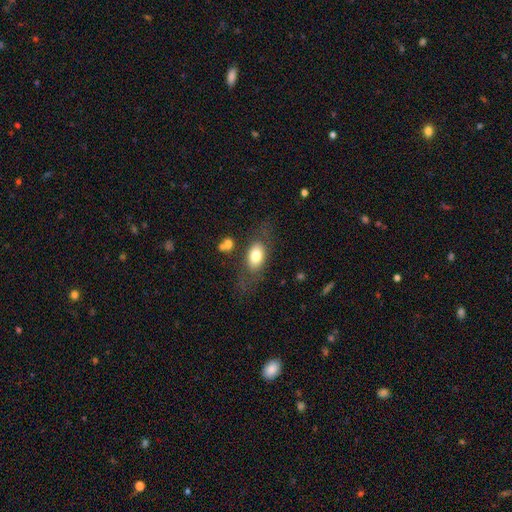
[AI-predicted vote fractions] smooth 74%, featured or disk 19%, star or artifact 7%. Down the decision tree: how rounded — in between (86%); merging — none (68%).